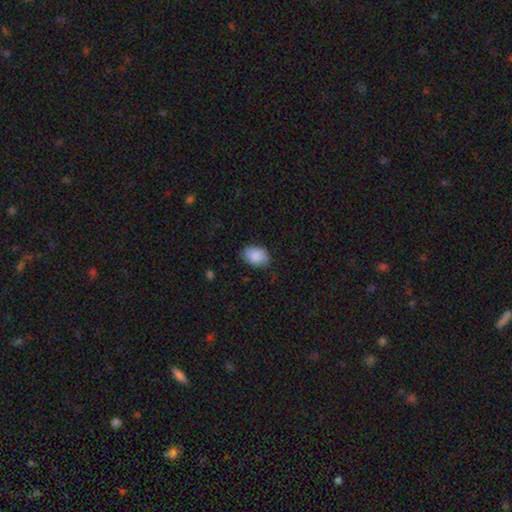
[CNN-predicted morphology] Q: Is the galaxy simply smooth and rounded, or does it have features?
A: smooth — 88%.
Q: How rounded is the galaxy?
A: in between — 78%.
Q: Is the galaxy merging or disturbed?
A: none — 78%.